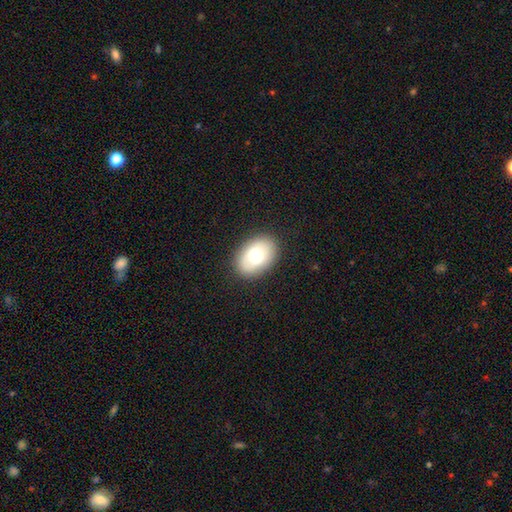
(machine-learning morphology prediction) smooth 68%, featured or disk 24%, star or artifact 8%. Down the decision tree: how rounded — in between (84%); merging — none (86%).